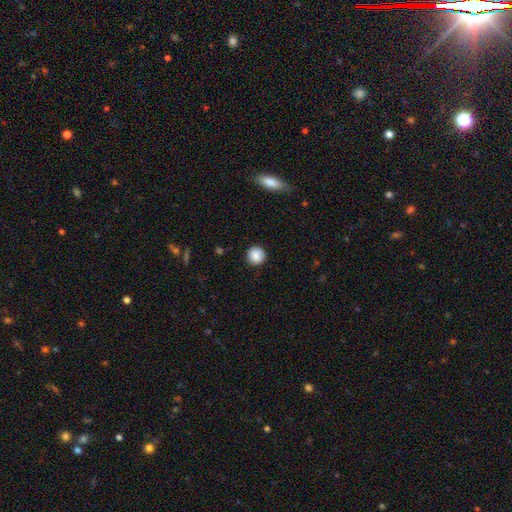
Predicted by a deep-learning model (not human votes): The model was most divided on "smooth or featured": smooth: 88%, star or artifact: 8%, featured or disk: 4%. More confident: how rounded — round (94%); merging — none (91%).